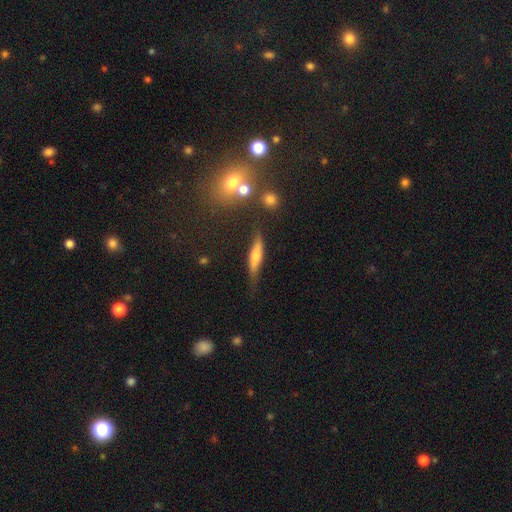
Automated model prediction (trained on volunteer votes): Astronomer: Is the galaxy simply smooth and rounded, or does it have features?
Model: smooth — 54% (runner-up: featured or disk, 39%).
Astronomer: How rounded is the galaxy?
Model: cigar-shaped — 78%.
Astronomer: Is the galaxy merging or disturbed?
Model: none — 64%.